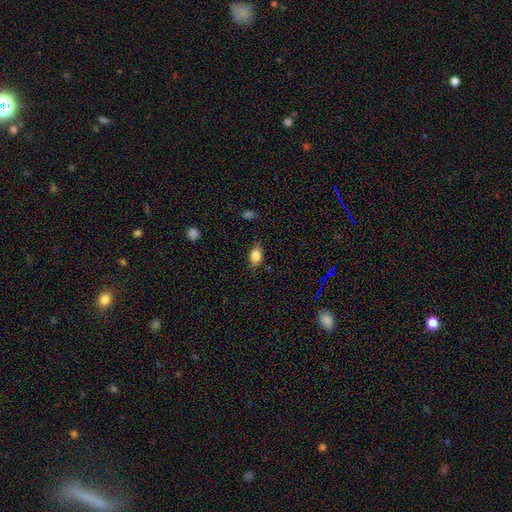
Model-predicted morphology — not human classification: Q: Smooth or featured?
A: smooth (83%); runner-up: star or artifact (9%)
Q: How rounded?
A: in between (83%); runner-up: round (14%)
Q: Merging?
A: none (78%); runner-up: minor disturbance (17%)